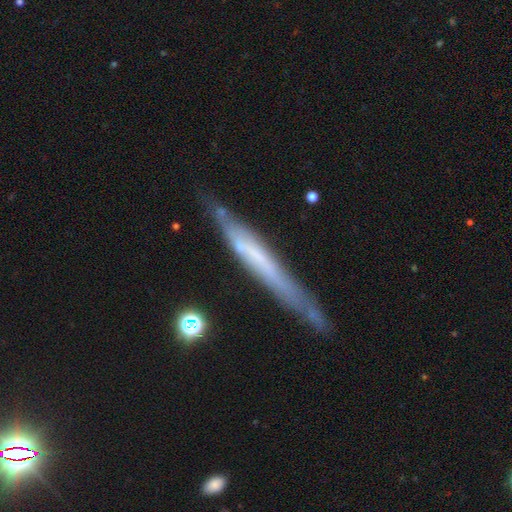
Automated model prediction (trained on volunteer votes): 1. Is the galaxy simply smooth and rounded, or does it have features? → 61% featured or disk, 32% smooth, 7% star or artifact.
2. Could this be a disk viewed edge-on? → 88% yes, 12% no.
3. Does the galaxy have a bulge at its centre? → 77% none, 12% boxy, 11% rounded.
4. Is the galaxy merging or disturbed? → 72% none, 19% minor disturbance, 5% major disturbance, 3% merger.